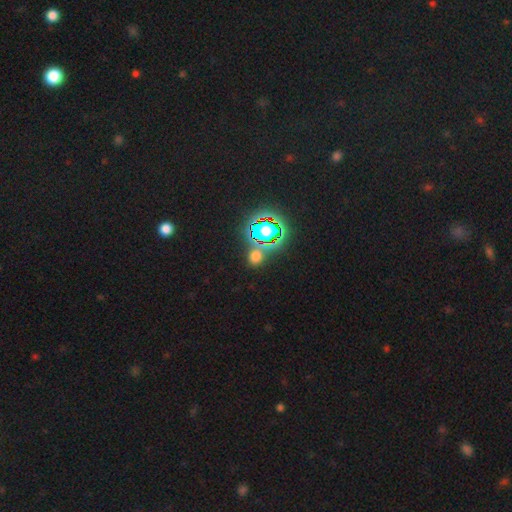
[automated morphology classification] star or artifact 48%, smooth 42%, featured or disk 10%.